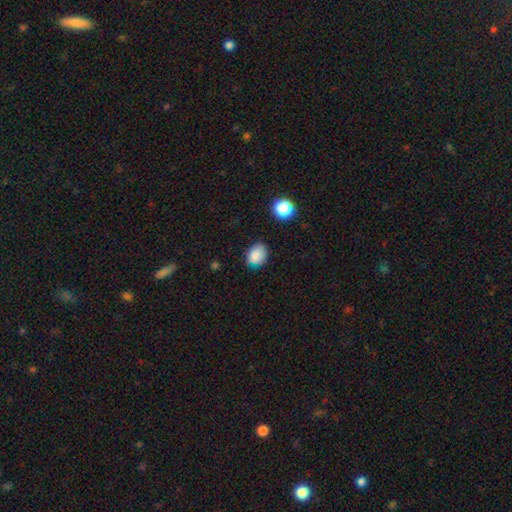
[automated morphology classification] This appears to be a smooth galaxy with no disk features (84%) that is in between round and cigar-shaped (63%). Merging: none (69%).